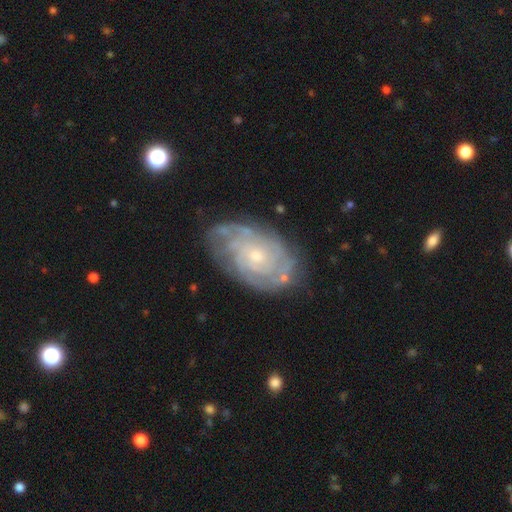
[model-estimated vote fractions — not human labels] Morphology: type=featured or disk (83%); edge-on=no (96%); bar=no (76%); spiral arms=yes (94%); winding=tight (73%); arm count=can't tell (42%); bulge=small (63%); merging=none (73%).